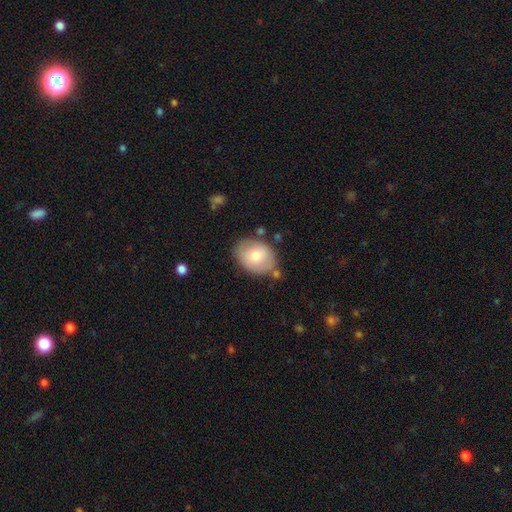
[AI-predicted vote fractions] Morphology: type=smooth (71%); roundness=in between (61%); merging=none (72%).